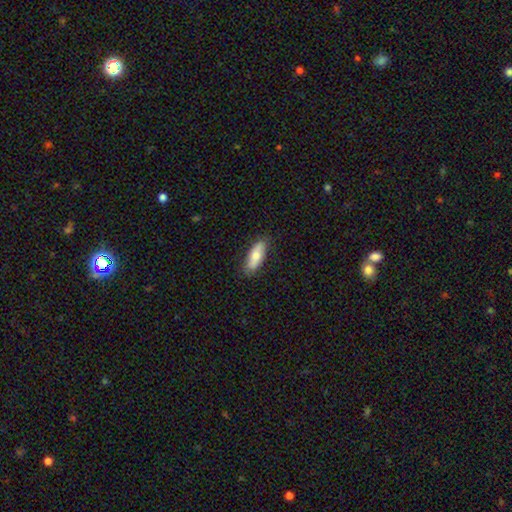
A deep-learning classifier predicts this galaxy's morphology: A smooth galaxy with no disk features (71%) that is in between round and cigar-shaped (65%). Merging: none (84%).